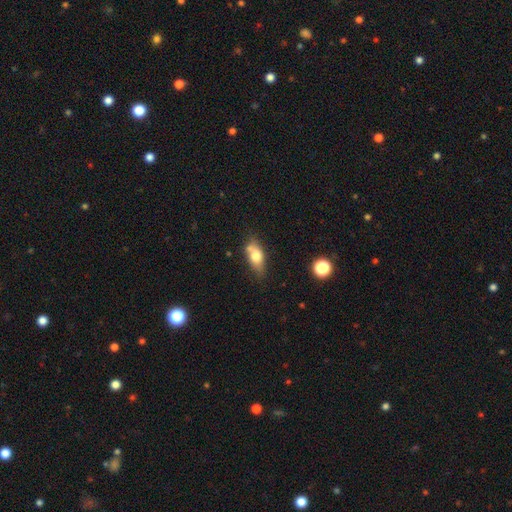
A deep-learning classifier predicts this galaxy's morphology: Smooth or featured? smooth (68%)
How rounded? in between (79%)
Merging? none (57%)